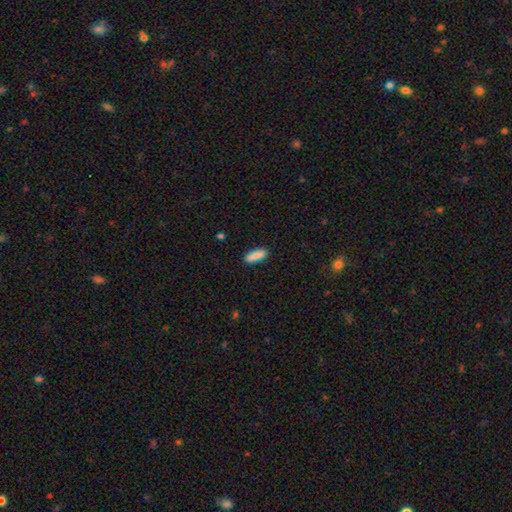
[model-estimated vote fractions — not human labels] The model was most divided on "how rounded": in between: 53%, cigar-shaped: 46%, round: 2%. More confident: smooth or featured — smooth (88%); merging — none (88%).